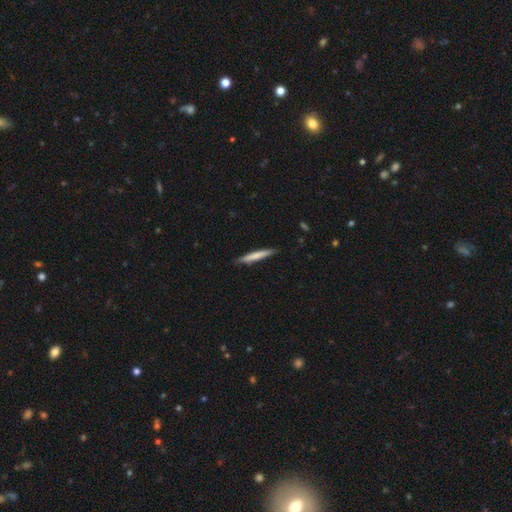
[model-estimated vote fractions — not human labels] A smooth galaxy with no disk features (69%) that is cigar-shaped (95%). Merging: none (87%).